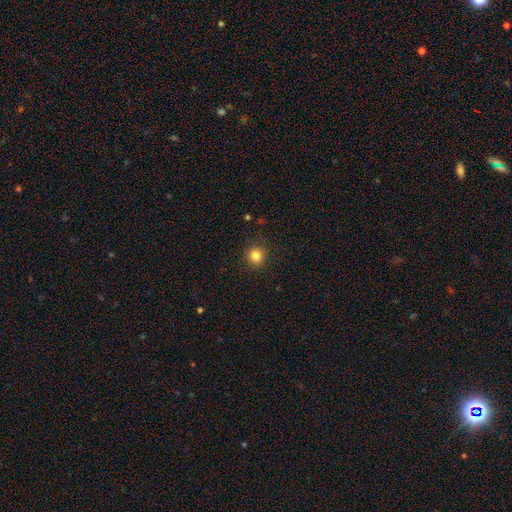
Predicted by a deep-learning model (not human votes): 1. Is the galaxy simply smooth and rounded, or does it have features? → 83% smooth, 12% star or artifact, 5% featured or disk.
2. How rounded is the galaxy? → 93% round, 6% in between, 1% cigar-shaped.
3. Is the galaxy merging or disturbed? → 90% none, 7% minor disturbance, 2% major disturbance, 1% merger.